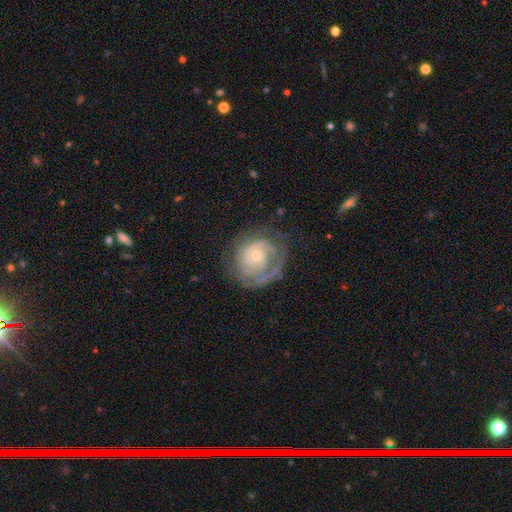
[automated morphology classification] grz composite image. It shows a featured or disk galaxy (82%) with no bar (73%), 2 (38%) tight (72%) spiral arms (92%) and a small central bulge (65%). Merging: none (69%).